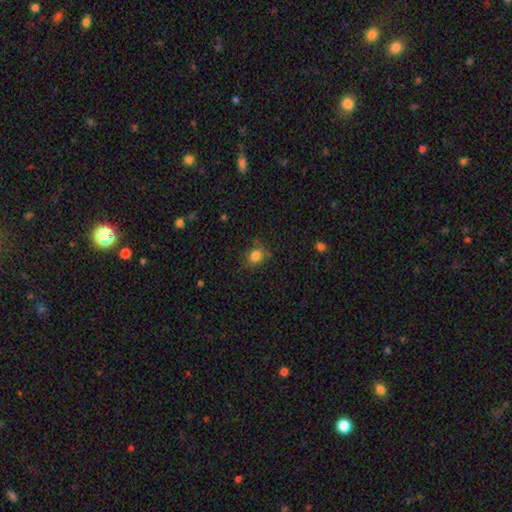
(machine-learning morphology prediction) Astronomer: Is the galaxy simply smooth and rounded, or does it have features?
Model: smooth — 83%.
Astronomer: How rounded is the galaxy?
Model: round — 66%.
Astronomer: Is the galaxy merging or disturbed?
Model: none — 75%.